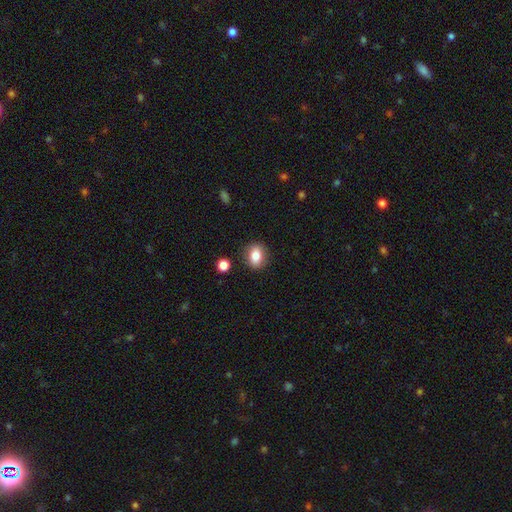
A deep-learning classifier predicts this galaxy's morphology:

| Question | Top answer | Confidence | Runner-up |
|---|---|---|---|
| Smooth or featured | smooth | 81% | star or artifact (9%) |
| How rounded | in between | 56% | round (42%) |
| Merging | none | 86% | minor disturbance (9%) |